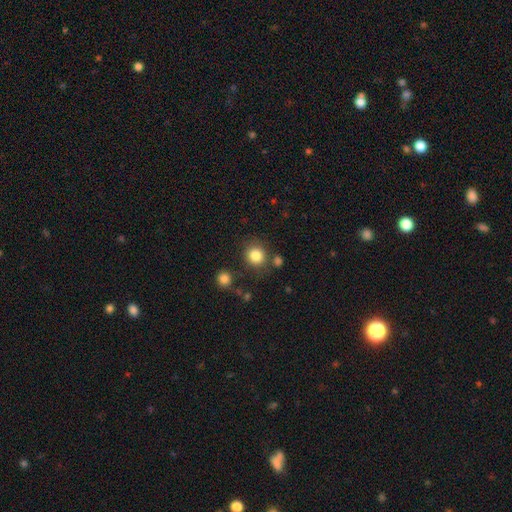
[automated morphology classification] Smooth or featured: smooth — 84% (star or artifact — 11%)
How rounded: round — 87% (in between — 12%)
Merging: none — 79% (minor disturbance — 10%)